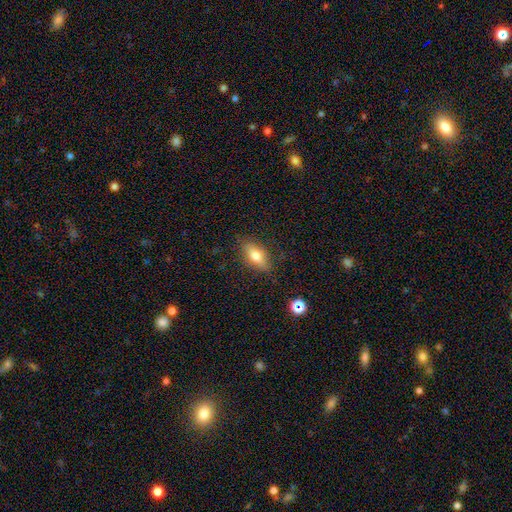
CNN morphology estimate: smooth-or-featured: smooth: 71% | featured or disk: 21% | star or artifact: 8%
  how-rounded: in between: 79% | cigar-shaped: 15% | round: 6%
  merging: none: 81% | minor disturbance: 14% | major disturbance: 4% | merger: 1%